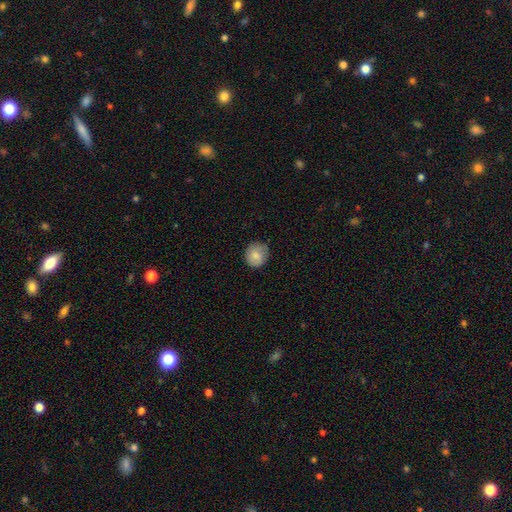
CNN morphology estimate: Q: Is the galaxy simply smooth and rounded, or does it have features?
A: smooth — 83%.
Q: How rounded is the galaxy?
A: round — 84%.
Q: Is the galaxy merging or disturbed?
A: none — 81%.